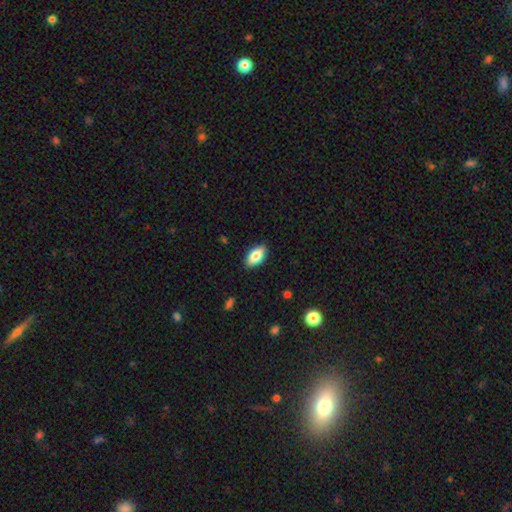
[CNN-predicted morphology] smooth 74%, featured or disk 19%, star or artifact 7%. Down the decision tree: how rounded — in between (88%); merging — none (87%).